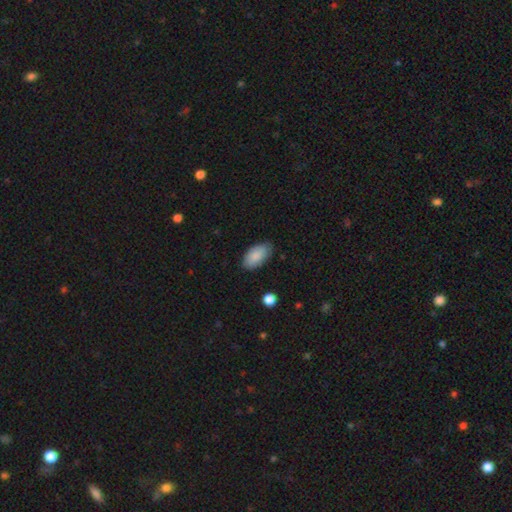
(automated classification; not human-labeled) Smooth or featured? smooth (87%)
How rounded? in between (95%)
Merging? none (77%)